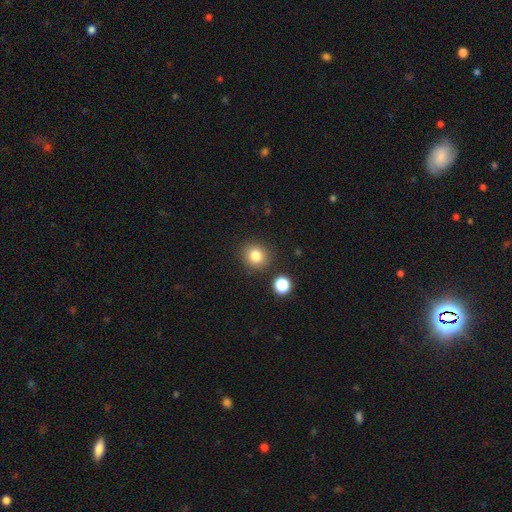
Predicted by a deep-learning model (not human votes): Smooth or featured?
  - smooth: 81% *
  - star or artifact: 12%
  - featured or disk: 6%
How rounded?
  - round: 86% *
  - in between: 13%
  - cigar-shaped: 1%
Merging?
  - none: 86% *
  - minor disturbance: 8%
  - merger: 4%
  - major disturbance: 3%